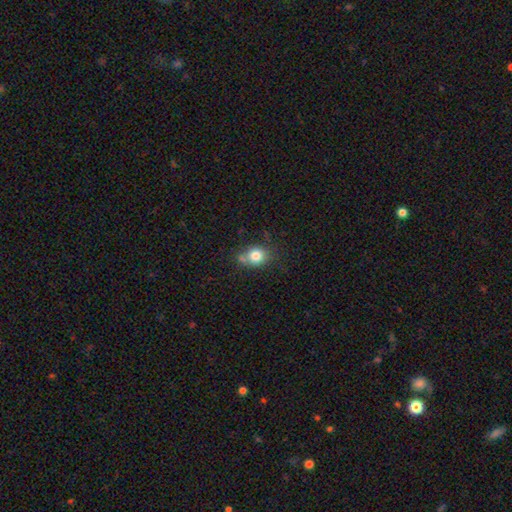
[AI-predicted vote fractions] smooth 79%, star or artifact 11%, featured or disk 10%. Down the decision tree: how rounded — round (72%); merging — none (61%).